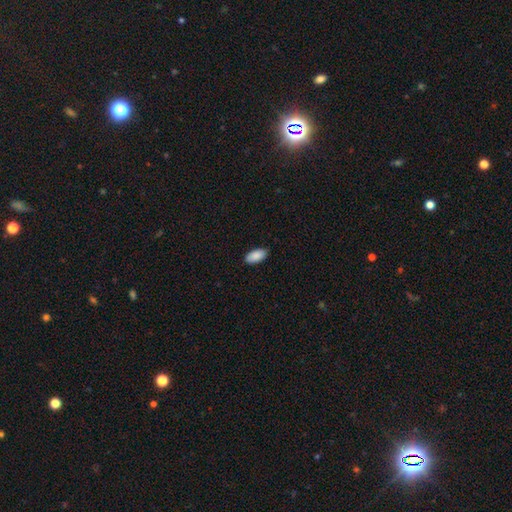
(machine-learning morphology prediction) type=smooth (90%); roundness=in between (94%); merging=none (89%).